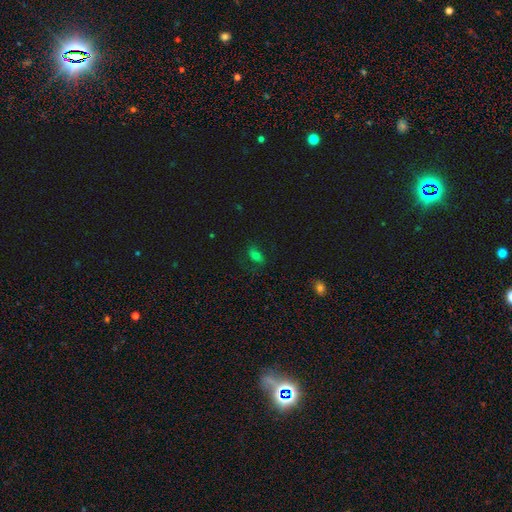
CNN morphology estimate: A smooth galaxy with no disk features (60%) that is in between round and cigar-shaped (80%).

Vote fractions:
- Smooth or featured? smooth: 60% / featured or disk: 21% / star or artifact: 20%
- How rounded? in between: 80% / round: 11% / cigar-shaped: 9%
- Merging? none: 70% / minor disturbance: 19% / major disturbance: 9% / merger: 2%